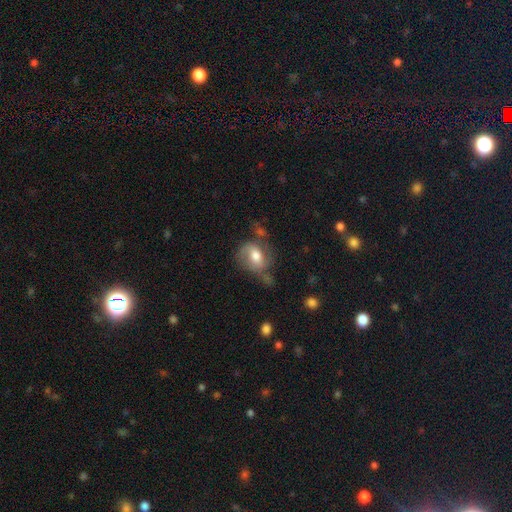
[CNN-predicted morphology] The model was most divided on "smooth or featured": smooth: 50%, featured or disk: 41%, star or artifact: 8%. Remaining: how rounded — in between (56%); merging — none (39%).